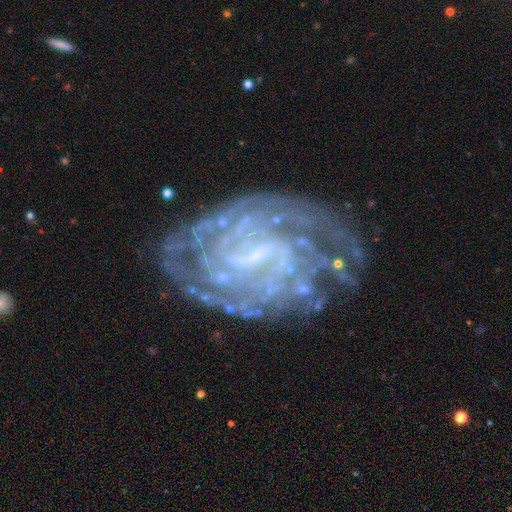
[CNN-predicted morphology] A featured or disk galaxy (88%) with a weak bar (51%), tight (67%) spiral arms (95%) and a small central bulge (60%).

Vote fractions:
- Smooth or featured? featured or disk: 88% / star or artifact: 7% / smooth: 5%
- Edge-on disk? no: 97% / yes: 3%
- Bar? weak: 51% / strong: 28% / no: 22%
- Spiral arms? yes: 95% / no: 5%
- Spiral winding? tight: 67% / medium: 26% / loose: 6%
- Spiral arm count? can't tell: 38% / 2: 18% / 4: 14% / 3: 13% / more than 4: 10% / 1: 7%
- Bulge size? small: 60% / none: 26% / moderate: 12% / large: 1% / dominant: 1%
- Merging? none: 71% / minor disturbance: 18% / major disturbance: 9% / merger: 2%